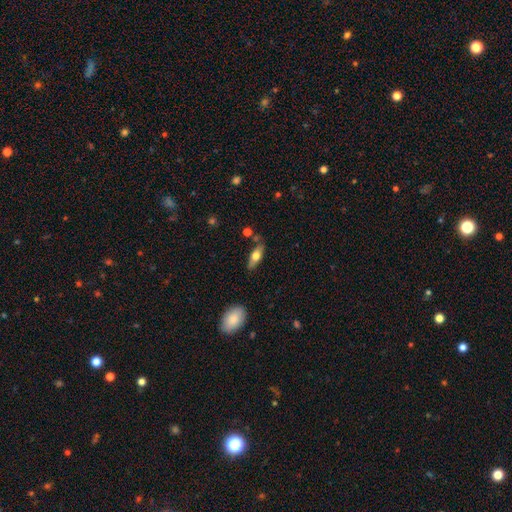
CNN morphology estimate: This is possibly a smooth galaxy (57%). How rounded: likely in between (61%). Merging: likely none (77%).